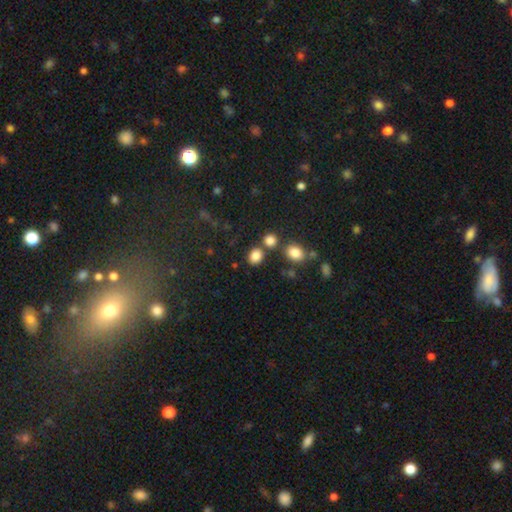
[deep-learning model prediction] smooth_or_featured: smooth (p=0.83) [alt: star or artifact p=0.12]
how_rounded: round (p=0.56) [alt: in between p=0.43]
merging: none (p=0.71) [alt: merger p=0.15]